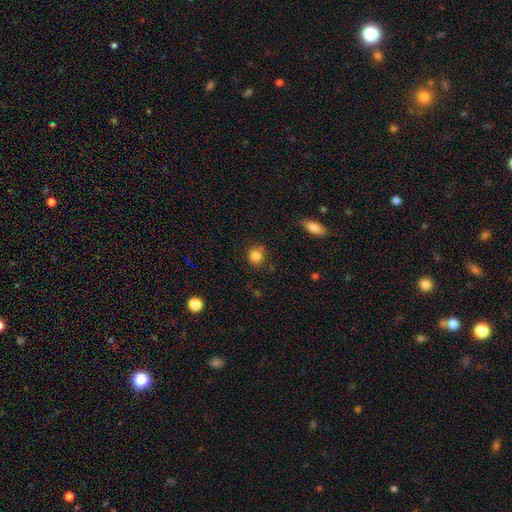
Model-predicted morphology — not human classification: Smooth or featured?
  - smooth: 85% *
  - star or artifact: 11%
  - featured or disk: 5%
How rounded?
  - round: 86% *
  - in between: 12%
  - cigar-shaped: 1%
Merging?
  - none: 79% *
  - minor disturbance: 14%
  - merger: 4%
  - major disturbance: 3%